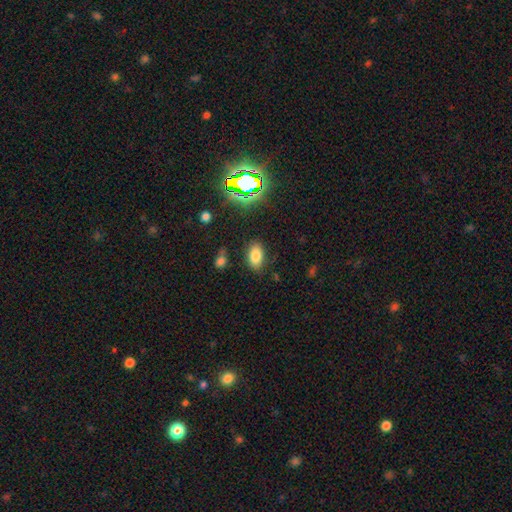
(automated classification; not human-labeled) Smooth or featured? Predicted: smooth (p=0.77). How rounded? Predicted: in between (p=0.90). Merging? Predicted: none (p=0.82).